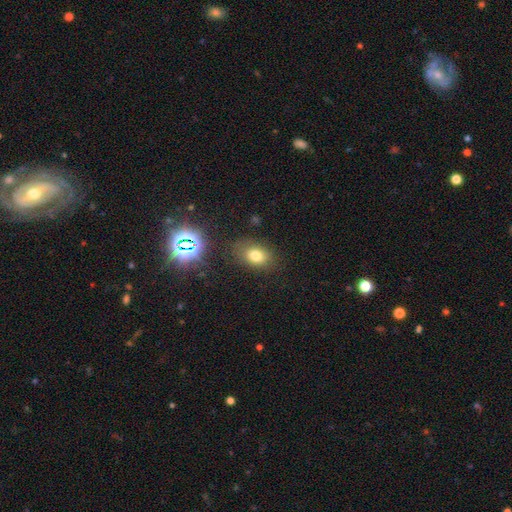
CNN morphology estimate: Q: Smooth or featured?
A: smooth (72%); runner-up: star or artifact (17%)
Q: How rounded?
A: in between (73%); runner-up: round (26%)
Q: Merging?
A: none (78%); runner-up: minor disturbance (15%)